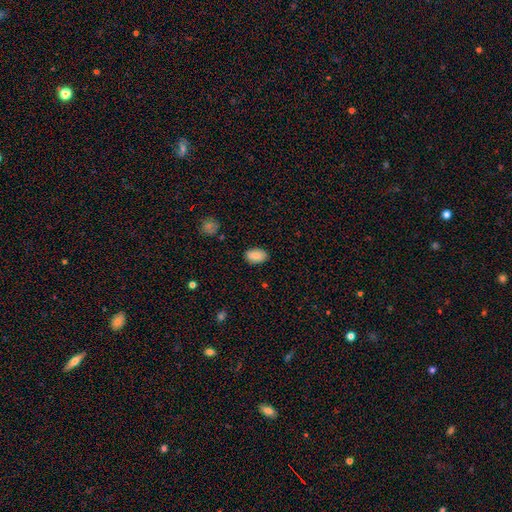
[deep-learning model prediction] This appears to be a smooth galaxy with no disk features (87%) that is in between round and cigar-shaped (91%). Merging: none (85%).